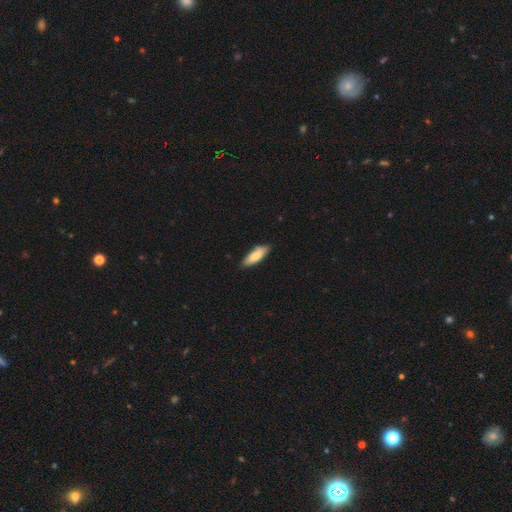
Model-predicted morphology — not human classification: Q: Smooth or featured?
A: smooth (80%); runner-up: featured or disk (15%)
Q: How rounded?
A: in between (58%); runner-up: cigar-shaped (40%)
Q: Merging?
A: none (84%); runner-up: minor disturbance (13%)